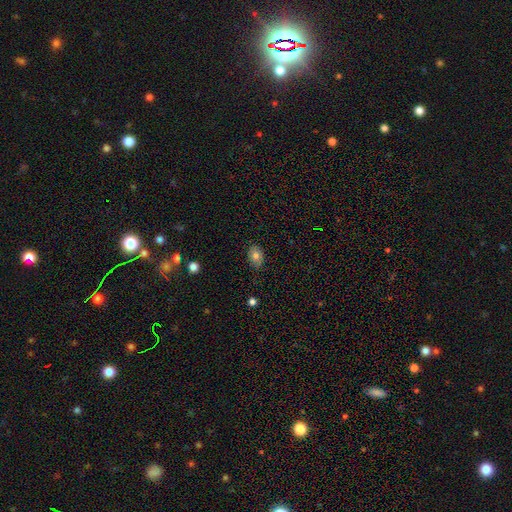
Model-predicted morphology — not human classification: A smooth galaxy with no disk features (77%) that is in between round and cigar-shaped (79%).

Vote fractions:
- Smooth or featured? smooth: 77% / featured or disk: 14% / star or artifact: 9%
- How rounded? in between: 79% / round: 20% / cigar-shaped: 1%
- Merging? none: 84% / minor disturbance: 13% / major disturbance: 2% / merger: 1%